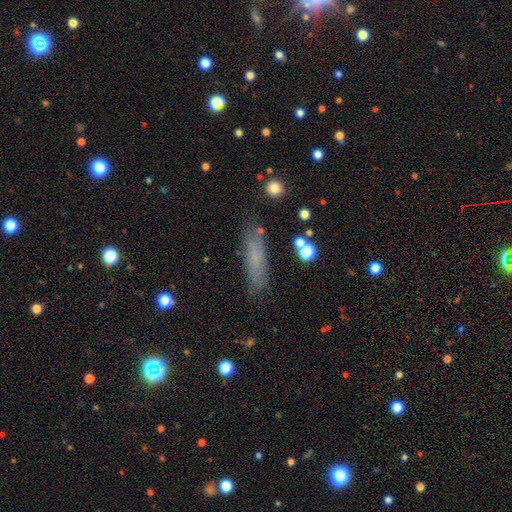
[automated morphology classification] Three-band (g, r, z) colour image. It shows a smooth galaxy with no disk features (68%) that is cigar-shaped (75%). Merging: none (82%).